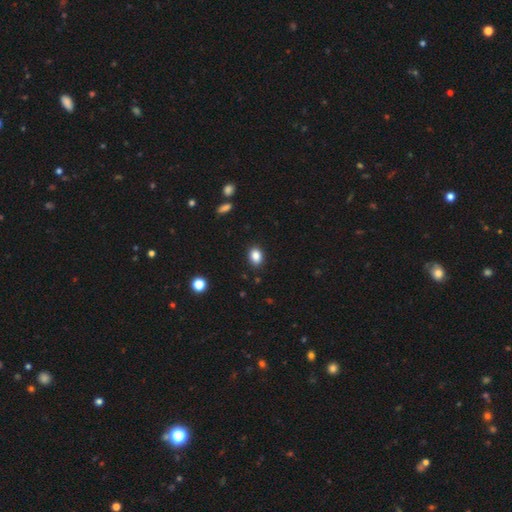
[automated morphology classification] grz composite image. It shows a smooth galaxy with no disk features (86%) that is in between round and cigar-shaped (68%). Merging: none (88%).